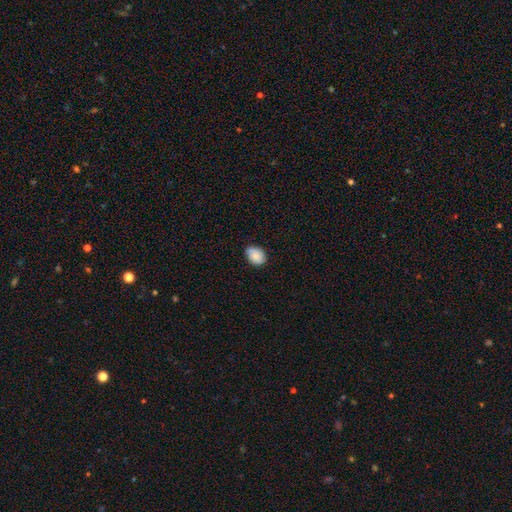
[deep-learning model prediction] This appears to be a smooth galaxy with no disk features (84%) that is in between round and cigar-shaped (69%). Merging: none (70%).